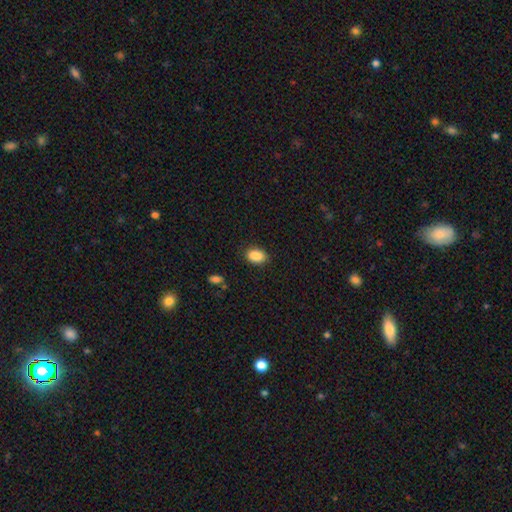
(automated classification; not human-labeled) Smooth or featured?
  - smooth: 89% *
  - star or artifact: 8%
  - featured or disk: 4%
How rounded?
  - in between: 87% *
  - round: 12%
  - cigar-shaped: 1%
Merging?
  - none: 86% *
  - minor disturbance: 10%
  - major disturbance: 3%
  - merger: 1%